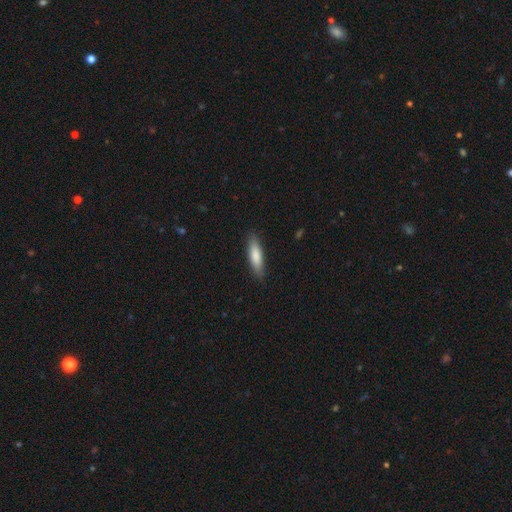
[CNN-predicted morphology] Smooth or featured?
  - smooth: 81% *
  - featured or disk: 13%
  - star or artifact: 6%
How rounded?
  - cigar-shaped: 63% *
  - in between: 35%
  - round: 1%
Merging?
  - none: 87% *
  - minor disturbance: 10%
  - major disturbance: 2%
  - merger: 1%